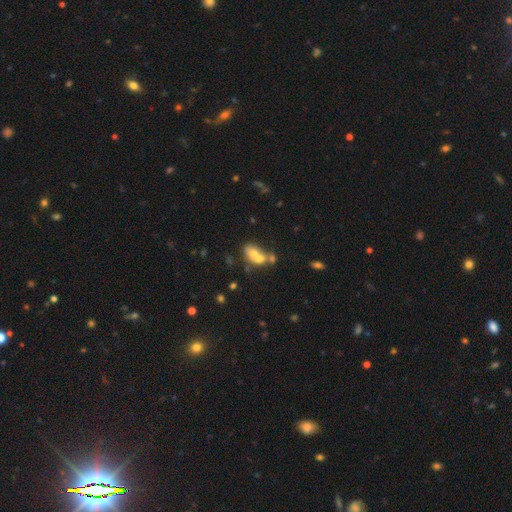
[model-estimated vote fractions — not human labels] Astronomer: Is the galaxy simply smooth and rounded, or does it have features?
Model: smooth — 59%.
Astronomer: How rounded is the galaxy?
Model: in between — 62%.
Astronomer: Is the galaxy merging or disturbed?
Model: merger — 65%.